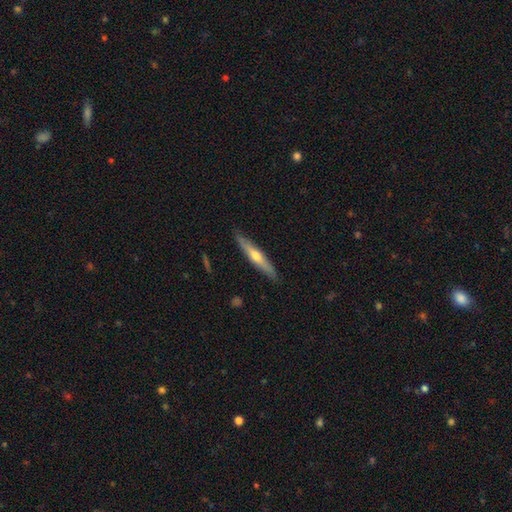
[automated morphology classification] smooth_or_featured: featured or disk (p=0.55) [alt: smooth p=0.39]
disk_edge_on: yes (p=0.91) [alt: no p=0.09]
merging: none (p=0.87) [alt: minor disturbance p=0.10]